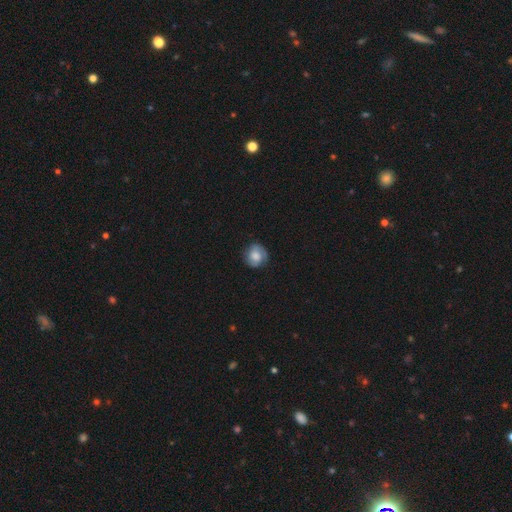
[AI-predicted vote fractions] Smooth or featured? Predicted: smooth (p=0.60). How rounded? Predicted: round (p=0.79). Merging? Predicted: none (p=0.72).